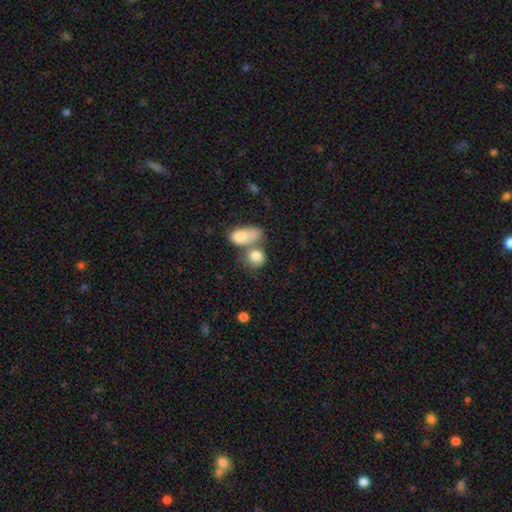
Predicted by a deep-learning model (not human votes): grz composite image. It shows a smooth galaxy with no disk features (82%) that is round (54%). Merging: merger (48%).